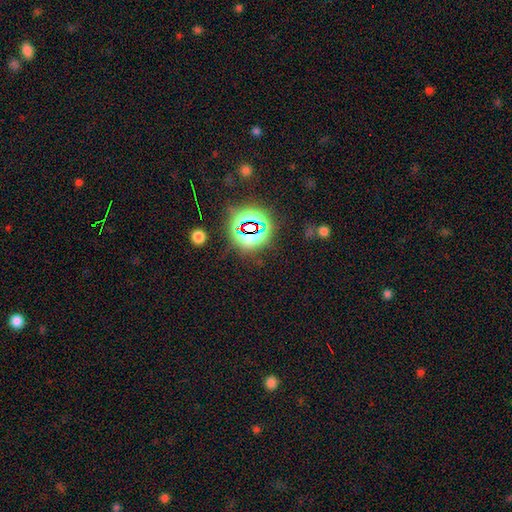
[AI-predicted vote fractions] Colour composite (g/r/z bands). It shows a star or artifact, not a galaxy (83%).